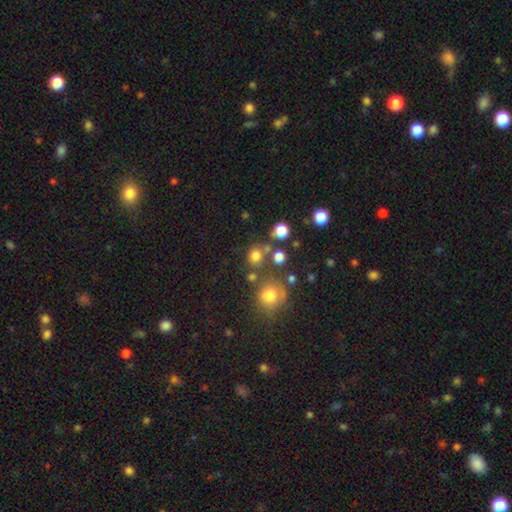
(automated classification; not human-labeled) Smooth or featured: smooth — 76% (star or artifact — 17%)
How rounded: round — 84% (in between — 15%)
Merging: none — 68% (merger — 16%)